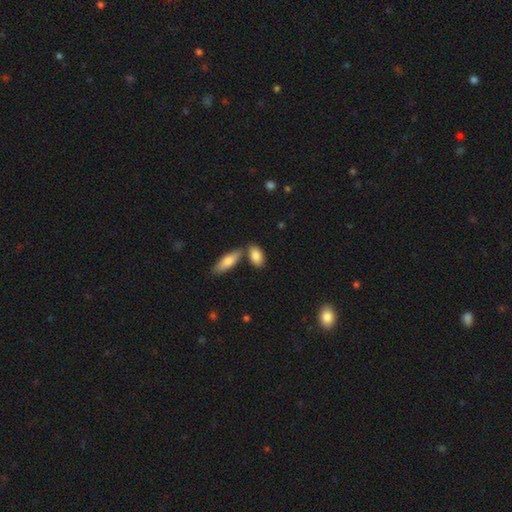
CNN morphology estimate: Smooth or featured? smooth (84%)
How rounded? in between (86%)
Merging? none (63%)